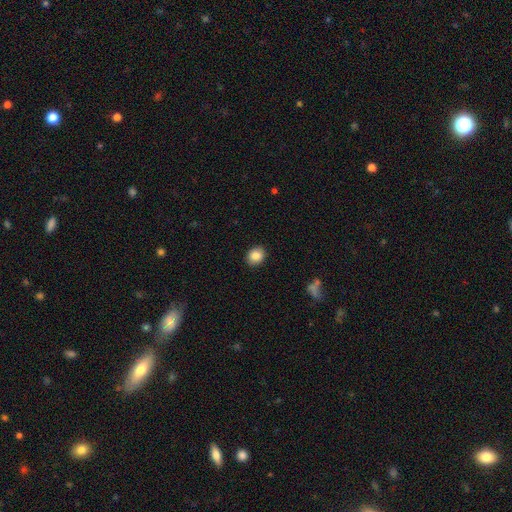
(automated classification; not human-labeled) This appears to be a smooth galaxy with no disk features (86%) that is round (58%). Merging: none (90%).